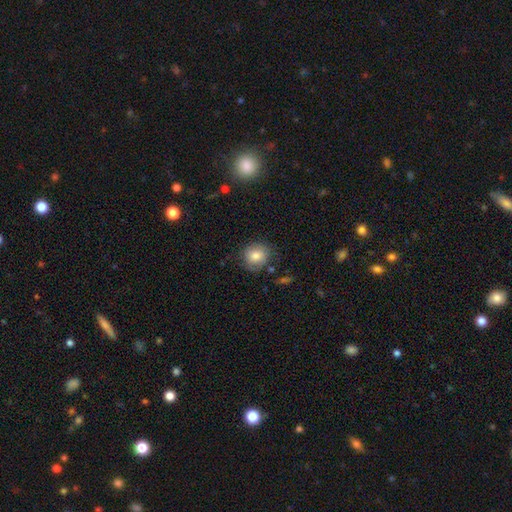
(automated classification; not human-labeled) Smooth or featured: smooth — 79% (featured or disk — 12%)
How rounded: round — 82% (in between — 17%)
Merging: none — 73% (minor disturbance — 18%)